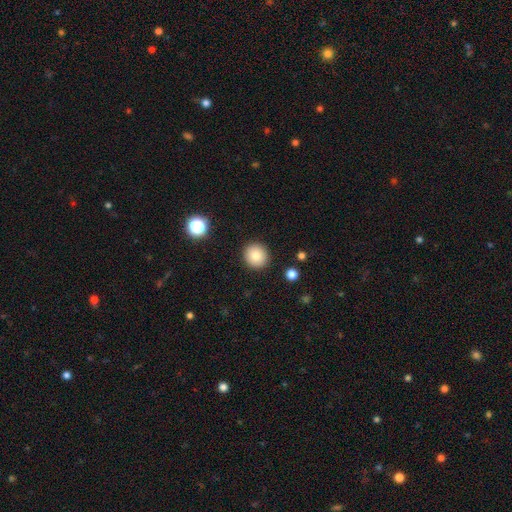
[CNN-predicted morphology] This is clearly a smooth galaxy (84%). How rounded: clearly round (92%). Merging: clearly none (91%).